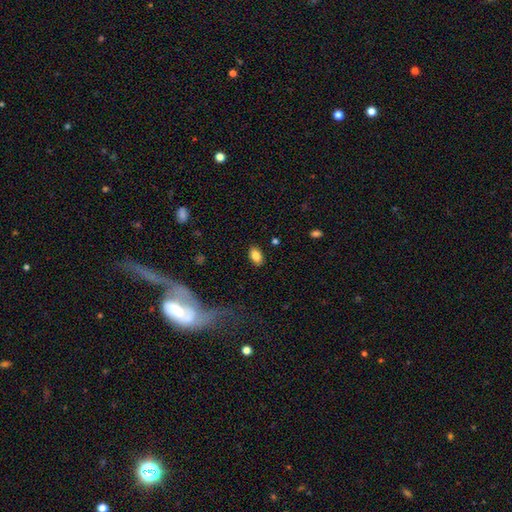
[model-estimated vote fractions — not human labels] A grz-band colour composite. It shows a smooth galaxy with no disk features (84%) that is in between round and cigar-shaped (89%). Merging: none (87%).